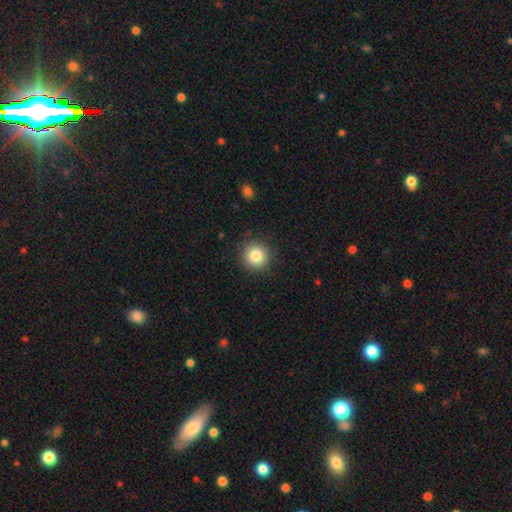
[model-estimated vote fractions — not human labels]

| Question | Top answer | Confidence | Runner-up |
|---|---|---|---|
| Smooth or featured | smooth | 83% | star or artifact (10%) |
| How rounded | round | 94% | in between (5%) |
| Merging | none | 90% | minor disturbance (7%) |